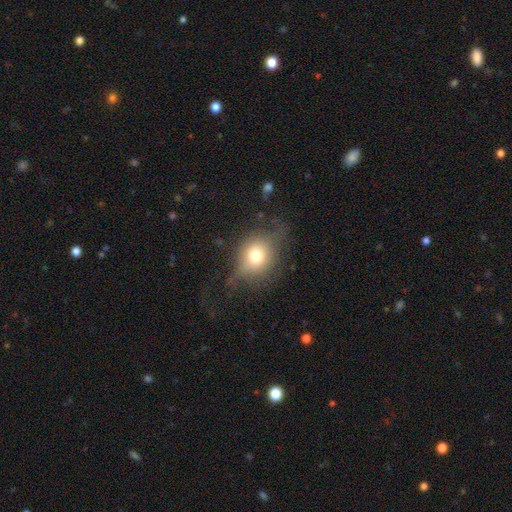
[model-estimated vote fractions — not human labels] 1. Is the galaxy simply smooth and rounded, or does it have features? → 63% smooth, 26% featured or disk, 11% star or artifact.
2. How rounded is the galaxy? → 55% round, 42% in between, 2% cigar-shaped.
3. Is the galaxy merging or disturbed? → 50% none, 29% minor disturbance, 19% major disturbance, 2% merger.